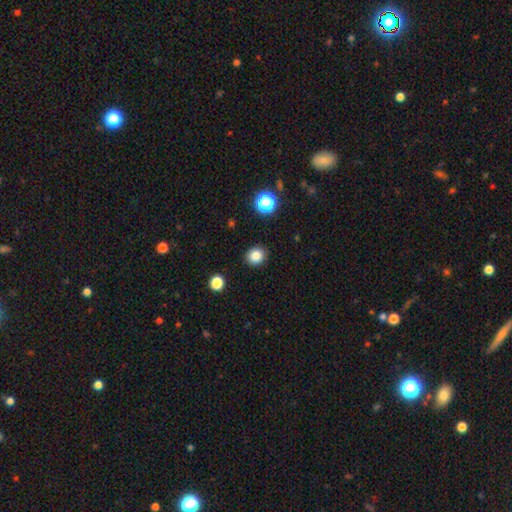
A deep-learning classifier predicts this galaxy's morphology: Smooth or featured: smooth — 84% (star or artifact — 11%)
How rounded: round — 80% (in between — 19%)
Merging: none — 90% (minor disturbance — 7%)